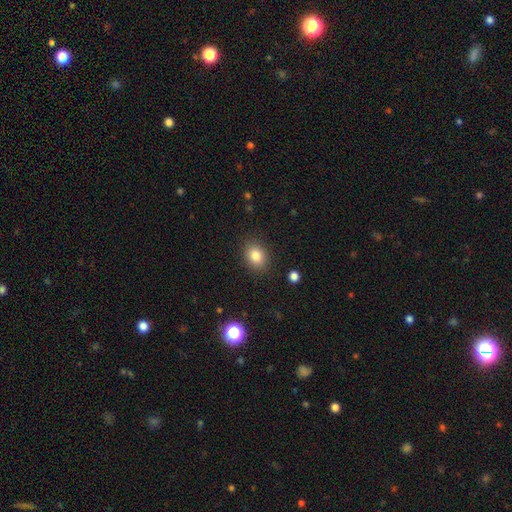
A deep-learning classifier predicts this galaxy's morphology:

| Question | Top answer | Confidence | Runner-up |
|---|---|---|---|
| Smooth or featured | smooth | 83% | star or artifact (10%) |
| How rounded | in between | 57% | round (42%) |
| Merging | none | 87% | minor disturbance (9%) |